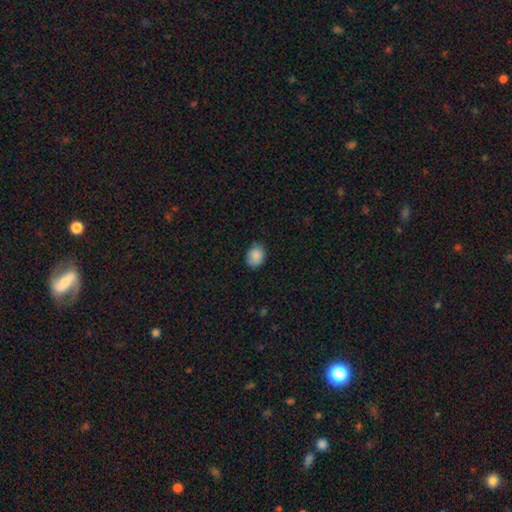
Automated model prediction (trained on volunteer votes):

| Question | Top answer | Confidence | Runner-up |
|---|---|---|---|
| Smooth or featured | smooth | 88% | star or artifact (8%) |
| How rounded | in between | 51% | round (48%) |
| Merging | none | 82% | minor disturbance (14%) |